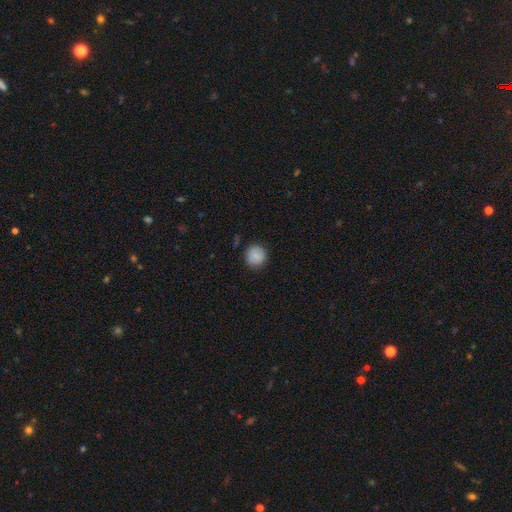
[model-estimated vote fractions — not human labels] A smooth galaxy with no disk features (86%) that is round (92%). Merging: none (87%).